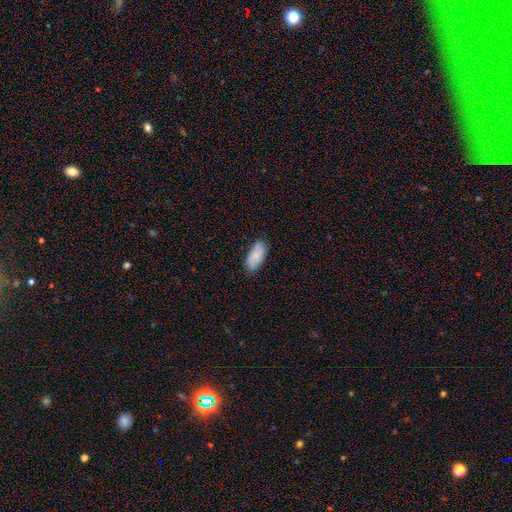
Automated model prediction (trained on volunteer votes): The model was most divided on "merging": none: 81%, minor disturbance: 15%, major disturbance: 3%, merger: 1%. More confident: how rounded — in between (90%); smooth or featured — smooth (80%).